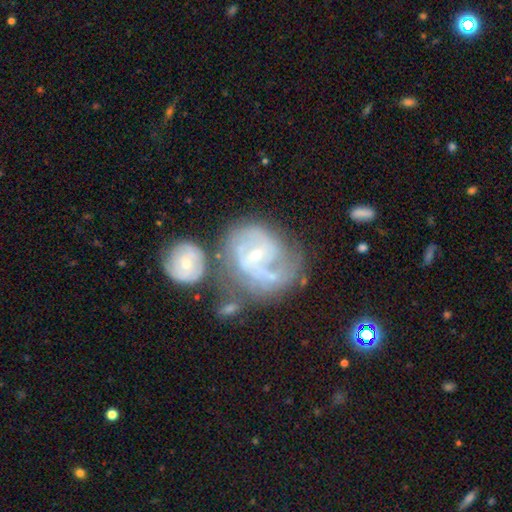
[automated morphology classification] type=featured or disk (83%); edge-on=no (98%); bar=no (51%); spiral arms=yes (91%); winding=tight (43%); arm count=2 (43%); bulge=small (71%); merging=none (36%).